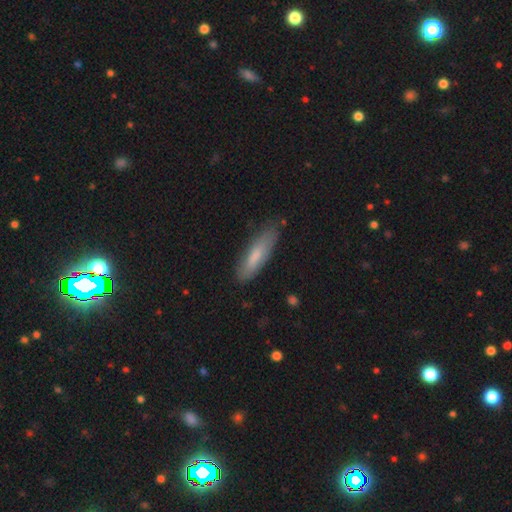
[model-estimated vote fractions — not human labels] Smooth or featured?
  - smooth: 75% *
  - featured or disk: 19%
  - star or artifact: 6%
How rounded?
  - cigar-shaped: 65% *
  - in between: 33%
  - round: 1%
Merging?
  - none: 78% *
  - minor disturbance: 17%
  - major disturbance: 3%
  - merger: 1%